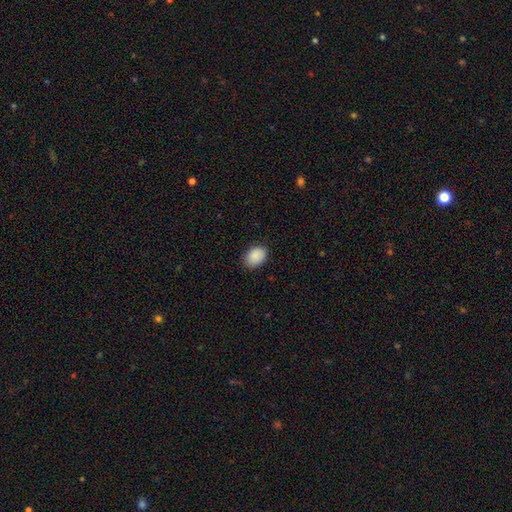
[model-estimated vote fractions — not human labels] This is clearly a smooth galaxy (90%). How rounded: likely in between (76%). Merging: clearly none (84%).